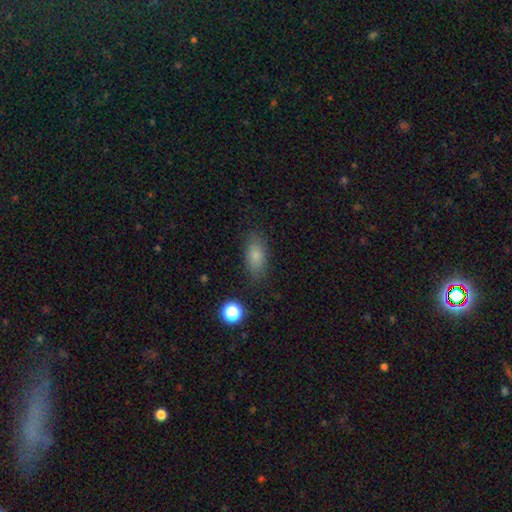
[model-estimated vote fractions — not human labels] A smooth galaxy with no disk features (81%) that is in between round and cigar-shaped (84%). Merging: none (81%).